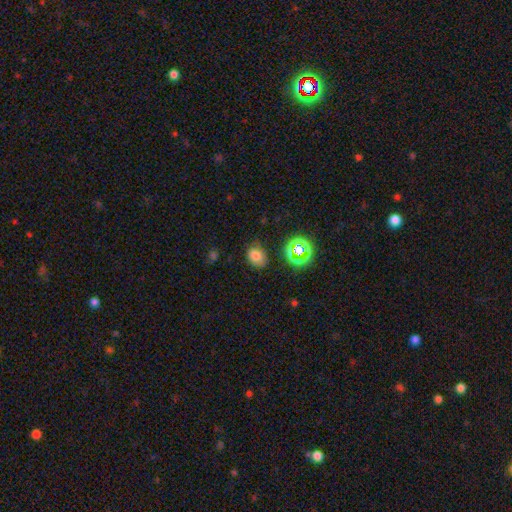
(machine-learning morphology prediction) This appears to be a smooth galaxy with no disk features (74%) that is in between round and cigar-shaped (59%). Merging: none (73%).